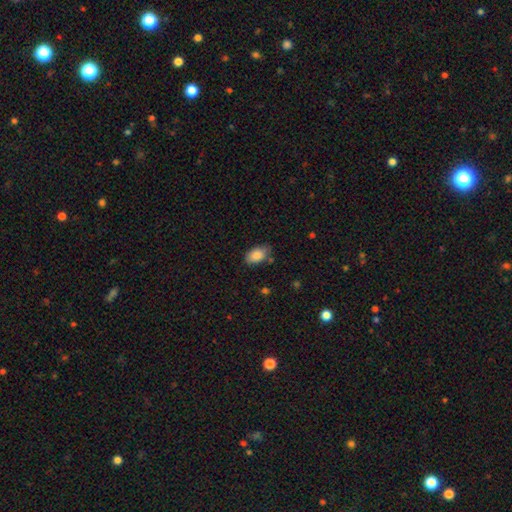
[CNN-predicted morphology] Overall: smooth (85%). How rounded: in between (91%). Merging: none (74%).